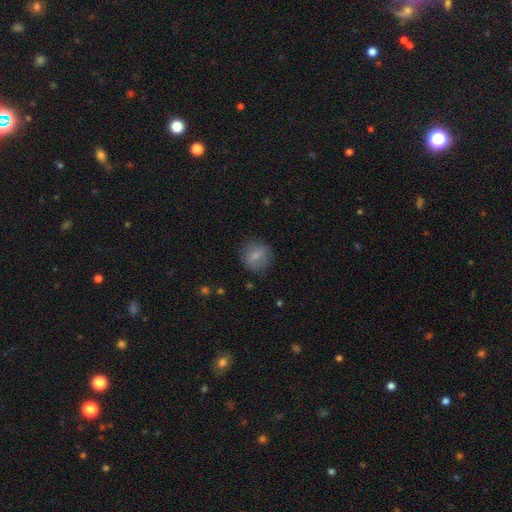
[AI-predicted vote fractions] Smooth or featured?
  - smooth: 76% *
  - featured or disk: 15%
  - star or artifact: 9%
How rounded?
  - round: 84% *
  - in between: 15%
  - cigar-shaped: 1%
Merging?
  - none: 79% *
  - minor disturbance: 15%
  - major disturbance: 5%
  - merger: 1%